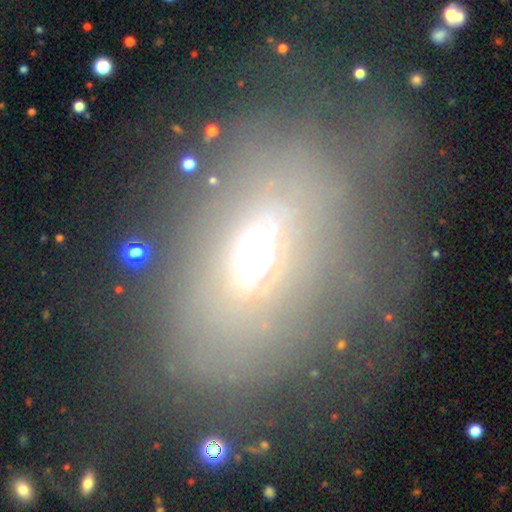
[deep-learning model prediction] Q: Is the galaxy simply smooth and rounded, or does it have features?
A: featured or disk — 42%.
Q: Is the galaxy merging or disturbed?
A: none — 49%.